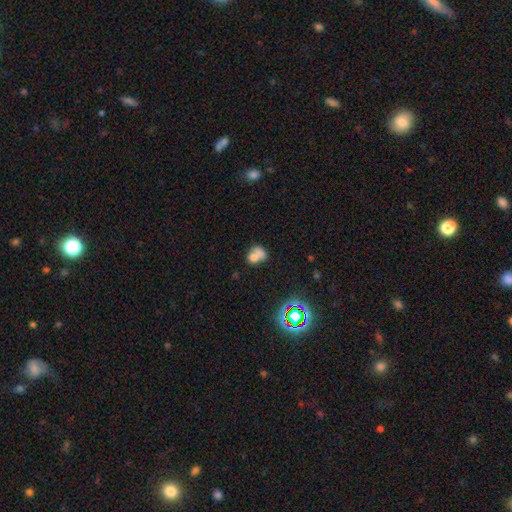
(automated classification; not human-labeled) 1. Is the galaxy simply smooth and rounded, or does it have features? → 65% smooth, 20% featured or disk, 15% star or artifact.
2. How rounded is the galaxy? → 54% round, 44% in between, 1% cigar-shaped.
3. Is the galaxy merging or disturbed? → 56% merger, 26% none, 11% minor disturbance, 7% major disturbance.